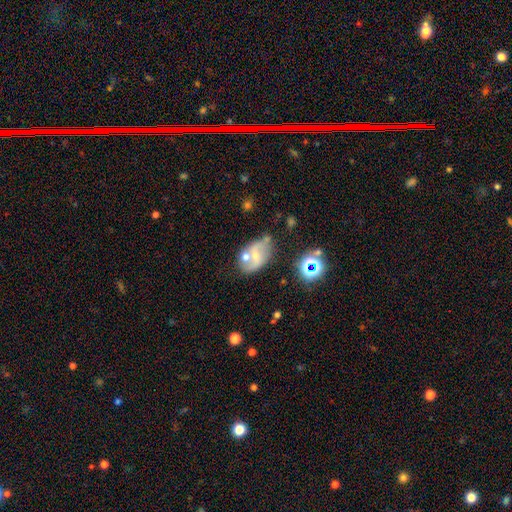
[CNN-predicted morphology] Smooth or featured? featured or disk (57%)
Edge-on disk? no (95%)
Bar? no (53%)
Spiral arms? yes (66%)
Bulge size? small (49%)
Merging? none (49%)